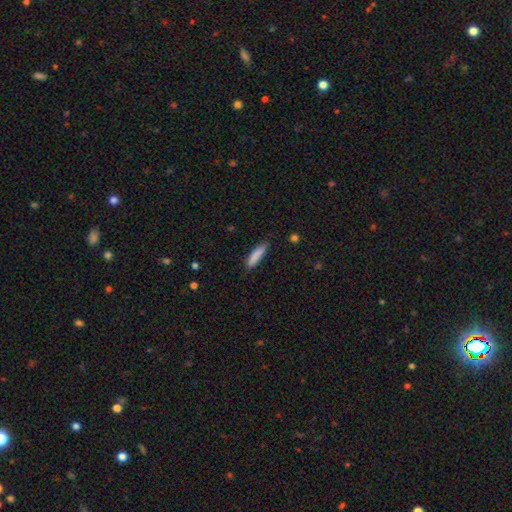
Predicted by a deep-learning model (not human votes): The model was most divided on "how rounded": cigar-shaped: 75%, in between: 24%, round: 1%. More confident: smooth or featured — smooth (86%); merging — none (80%).